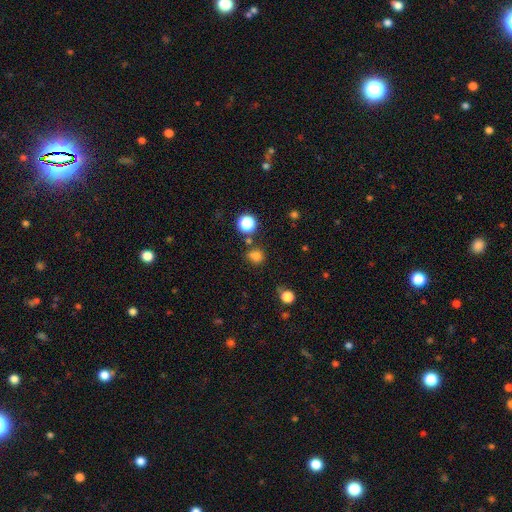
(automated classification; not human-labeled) Overall: smooth (77%). How rounded: round (71%). Merging: none (73%).